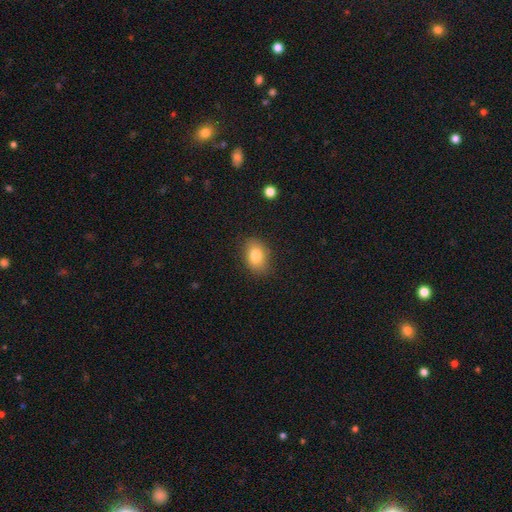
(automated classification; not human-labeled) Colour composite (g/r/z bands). It shows a smooth galaxy with no disk features (80%) that is in between round and cigar-shaped (79%). Merging: none (84%).